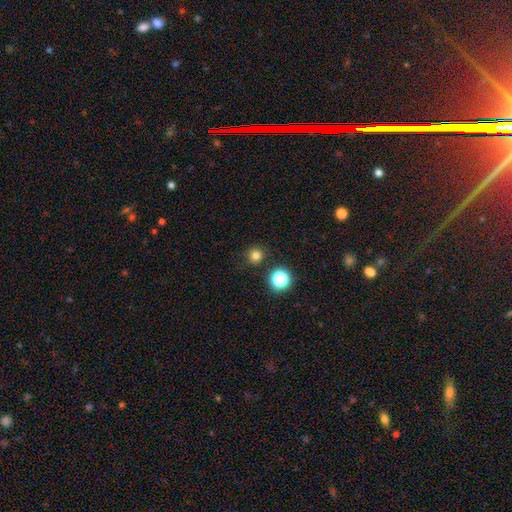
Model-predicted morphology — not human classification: Smooth or featured?
  - smooth: 77% *
  - star or artifact: 17%
  - featured or disk: 5%
How rounded?
  - round: 95% *
  - in between: 5%
  - cigar-shaped: 1%
Merging?
  - none: 89% *
  - minor disturbance: 6%
  - merger: 3%
  - major disturbance: 2%